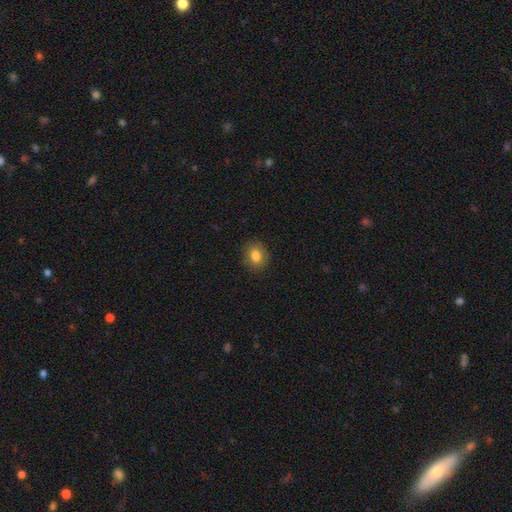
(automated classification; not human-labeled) Overall: smooth (81%). How rounded: round (58%; in between 41%). Merging: none (84%).